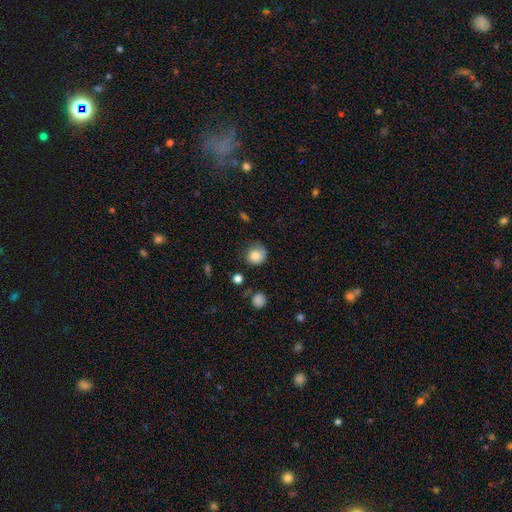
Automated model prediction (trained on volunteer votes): This appears to be a smooth galaxy with no disk features (82%) that is round (86%). Merging: none (66%).